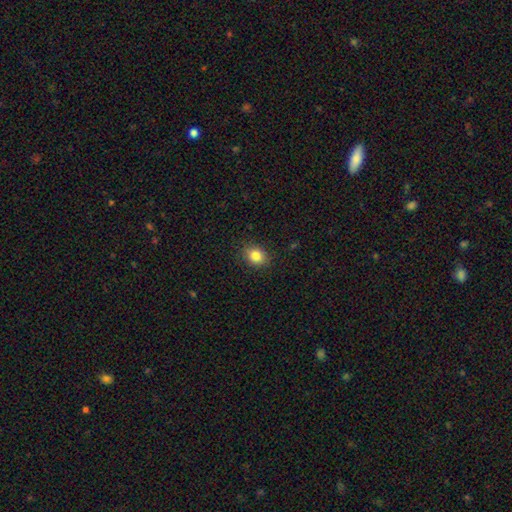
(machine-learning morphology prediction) Overall: smooth (84%). How rounded: round (55%; in between 44%). Merging: none (88%).